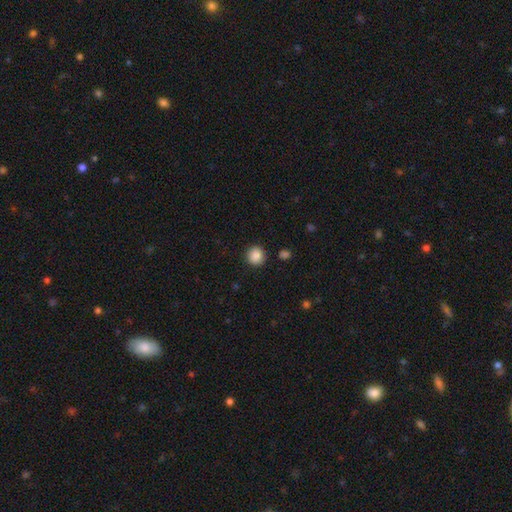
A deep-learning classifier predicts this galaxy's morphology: Smooth or featured? Predicted: smooth (p=0.88). How rounded? Predicted: round (p=0.92). Merging? Predicted: none (p=0.90).